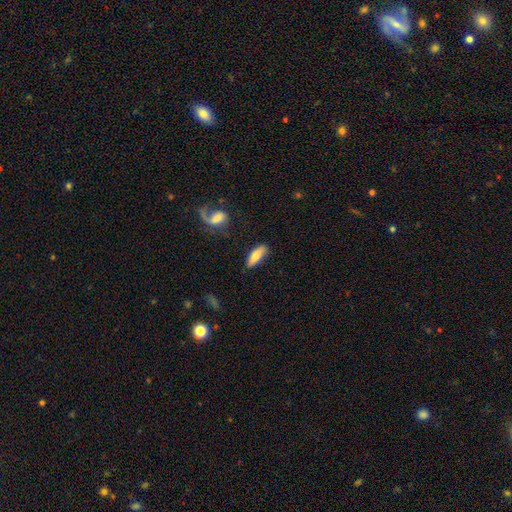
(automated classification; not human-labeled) Smooth or featured? Predicted: smooth (p=0.71). How rounded? Predicted: in between (p=0.60). Merging? Predicted: none (p=0.75).